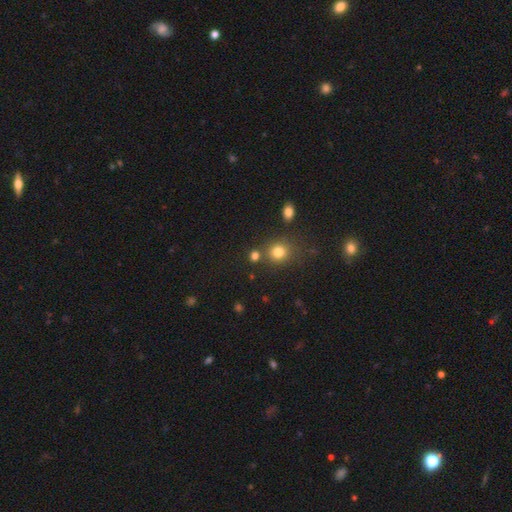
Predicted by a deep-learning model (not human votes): Overall: smooth (72%). How rounded: round (83%). Merging: none (75%).